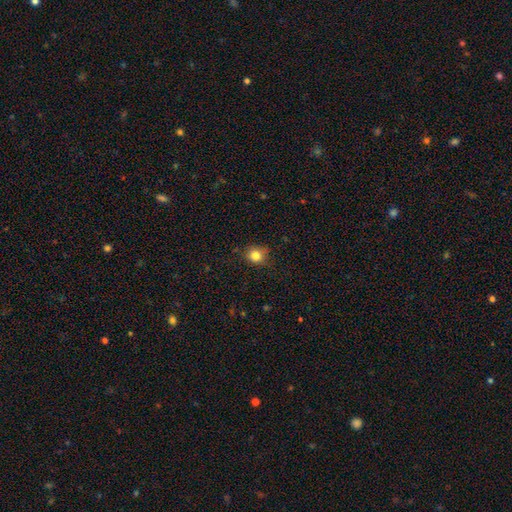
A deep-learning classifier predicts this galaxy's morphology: smooth_or_featured: smooth (p=0.82) [alt: star or artifact p=0.12]
how_rounded: round (p=0.80) [alt: in between p=0.19]
merging: none (p=0.79) [alt: minor disturbance p=0.16]